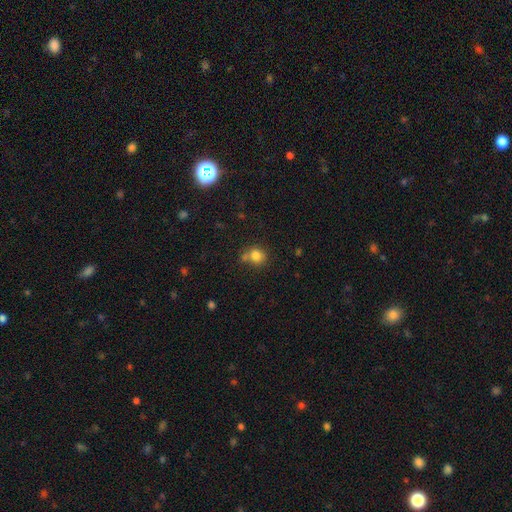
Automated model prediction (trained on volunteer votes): smooth 81%, star or artifact 12%, featured or disk 8%. Down the decision tree: how rounded — round (79%); merging — none (59%).